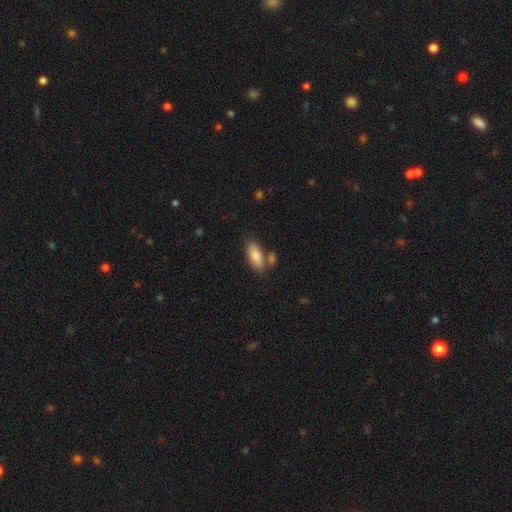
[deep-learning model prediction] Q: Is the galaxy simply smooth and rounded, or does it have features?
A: smooth — 85%.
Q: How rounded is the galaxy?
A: in between — 84%.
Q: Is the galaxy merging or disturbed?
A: none — 68%.